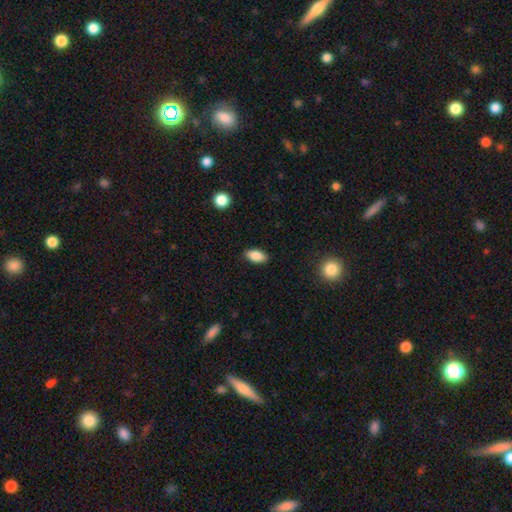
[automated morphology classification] Q: Smooth or featured?
A: smooth (86%); runner-up: star or artifact (8%)
Q: How rounded?
A: in between (91%); runner-up: cigar-shaped (5%)
Q: Merging?
A: none (87%); runner-up: minor disturbance (10%)